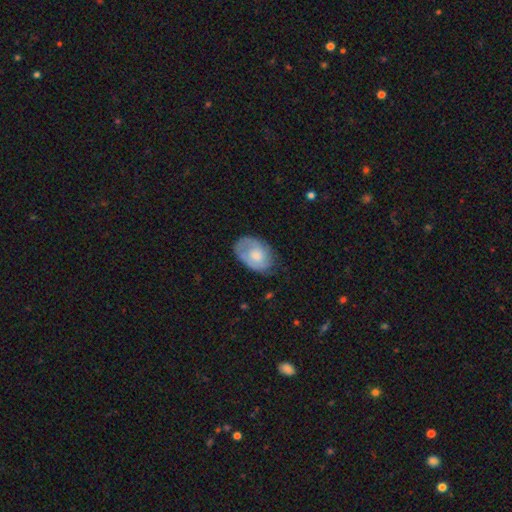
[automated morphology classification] smooth_or_featured: smooth (p=0.49) [alt: featured or disk p=0.44]
merging: none (p=0.62) [alt: minor disturbance p=0.27]